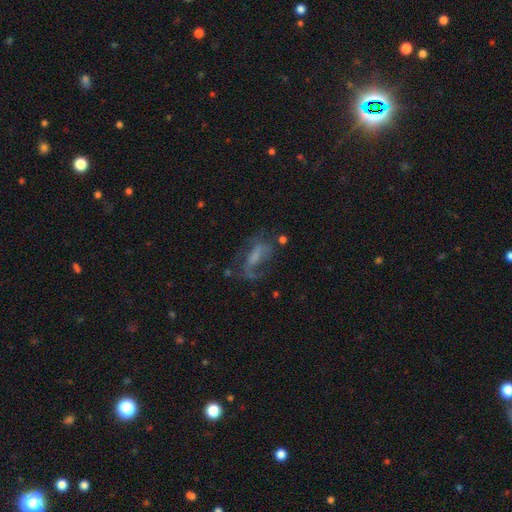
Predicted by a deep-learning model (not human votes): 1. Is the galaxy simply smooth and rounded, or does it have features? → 58% featured or disk, 27% smooth, 15% star or artifact.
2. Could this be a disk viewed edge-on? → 90% no, 10% yes.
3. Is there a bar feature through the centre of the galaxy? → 40% no, 34% weak, 26% strong.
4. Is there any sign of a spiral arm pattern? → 67% yes, 33% no.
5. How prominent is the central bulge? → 49% none, 23% small, 18% moderate, 7% large, 2% dominant.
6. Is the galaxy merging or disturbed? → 41% none, 36% major disturbance, 19% minor disturbance, 5% merger.